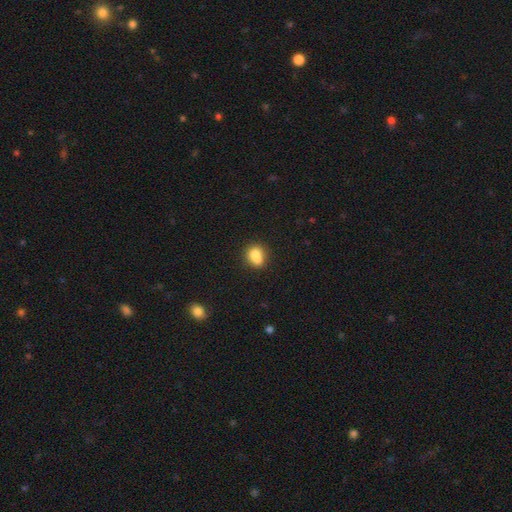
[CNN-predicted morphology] Smooth or featured: smooth — 79% (featured or disk — 12%)
How rounded: in between — 49% (round — 48%)
Merging: none — 47% (merger — 30%)